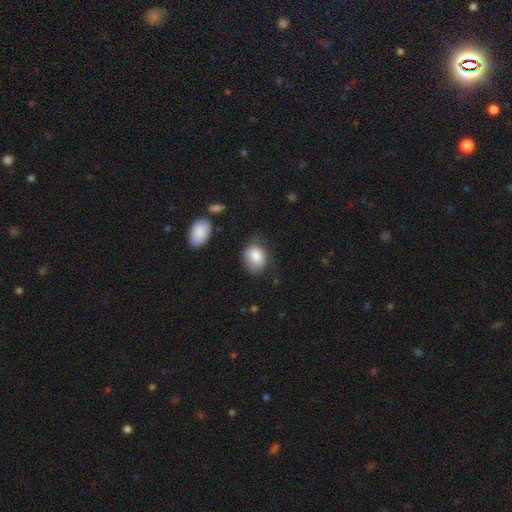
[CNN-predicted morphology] Overall: smooth (82%). How rounded: in between (56%; round 43%). Merging: none (47%; minor disturbance 35%).